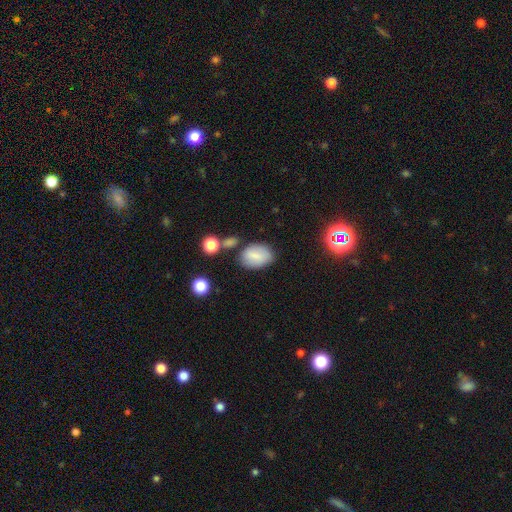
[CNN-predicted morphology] A smooth galaxy with no disk features (78%) that is in between round and cigar-shaped (83%).

Vote fractions:
- Smooth or featured? smooth: 78% / featured or disk: 13% / star or artifact: 9%
- How rounded? in between: 83% / round: 16% / cigar-shaped: 2%
- Merging? none: 68% / minor disturbance: 18% / merger: 8% / major disturbance: 6%